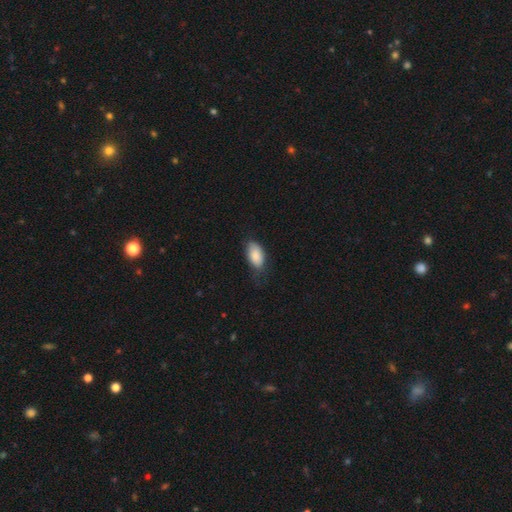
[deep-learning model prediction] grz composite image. It shows a smooth galaxy with no disk features (87%) that is in between round and cigar-shaped (93%). Merging: none (58%).